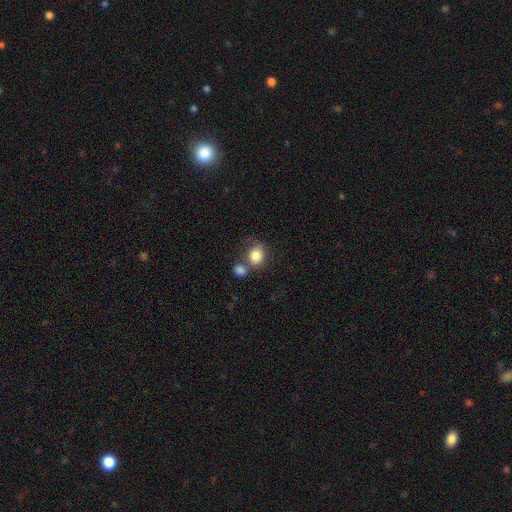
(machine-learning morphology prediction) smooth_or_featured: smooth (p=0.83) [alt: star or artifact p=0.09]
how_rounded: round (p=0.63) [alt: in between p=0.37]
merging: none (p=0.45) [alt: merger p=0.35]